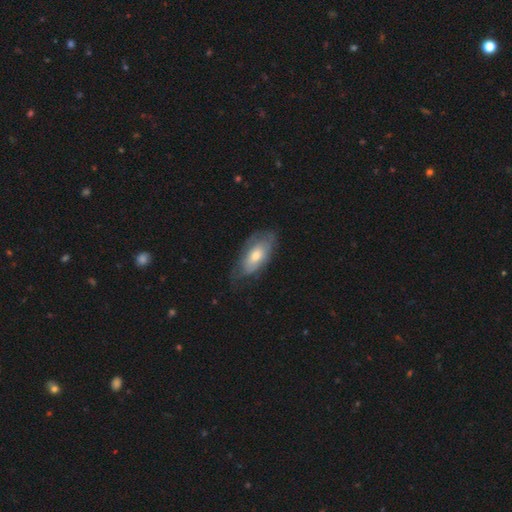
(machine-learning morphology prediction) Smooth or featured? smooth (48%)
Merging? none (60%)